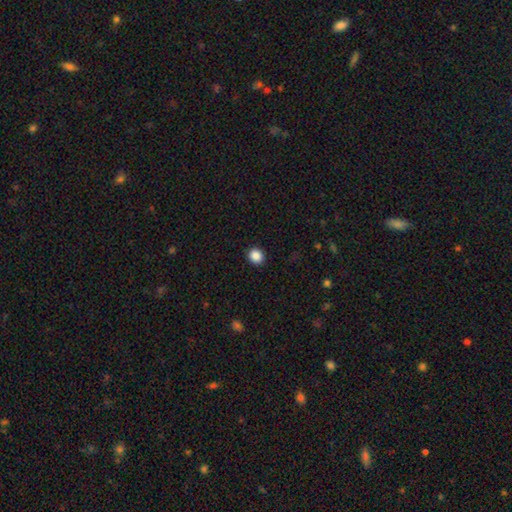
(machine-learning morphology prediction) smooth_or_featured: smooth (p=0.88) [alt: star or artifact p=0.10]
how_rounded: round (p=0.84) [alt: in between p=0.15]
merging: none (p=0.92) [alt: minor disturbance p=0.05]